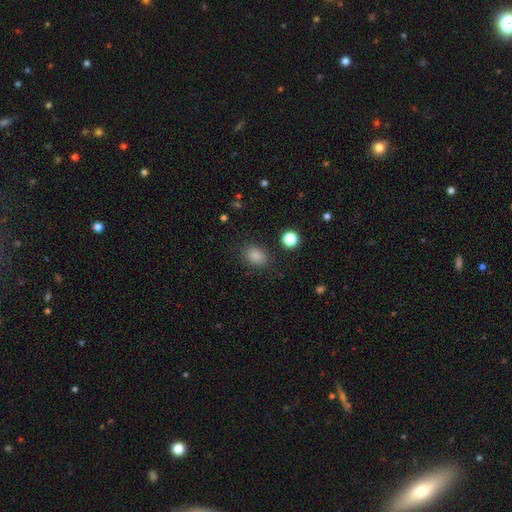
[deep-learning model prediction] Overall: smooth (85%). How rounded: in between (69%; round 30%). Merging: none (84%).